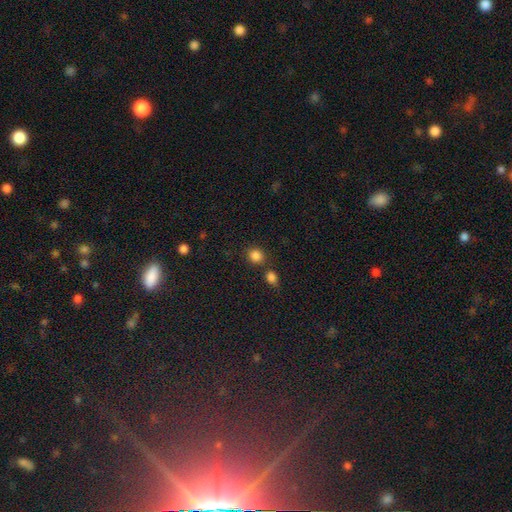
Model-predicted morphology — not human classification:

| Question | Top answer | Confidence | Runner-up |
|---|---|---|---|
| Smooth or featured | smooth | 84% | star or artifact (12%) |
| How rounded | round | 81% | in between (18%) |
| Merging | none | 72% | merger (16%) |